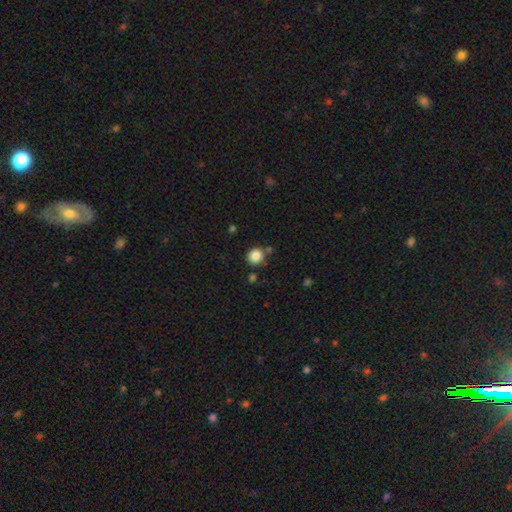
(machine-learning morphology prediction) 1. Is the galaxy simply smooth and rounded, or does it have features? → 86% smooth, 10% star or artifact, 4% featured or disk.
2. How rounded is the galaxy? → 87% round, 12% in between, 1% cigar-shaped.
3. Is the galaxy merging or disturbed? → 79% none, 10% minor disturbance, 8% merger, 3% major disturbance.